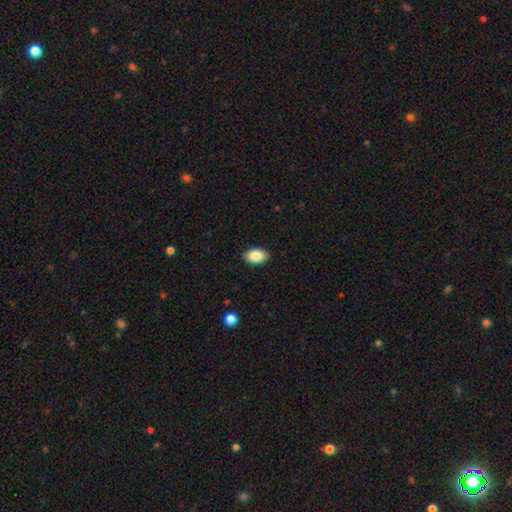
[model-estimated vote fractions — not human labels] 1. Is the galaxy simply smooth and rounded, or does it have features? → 88% smooth, 7% star or artifact, 5% featured or disk.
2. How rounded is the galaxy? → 92% in between, 7% round, 1% cigar-shaped.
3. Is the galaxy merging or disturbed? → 89% none, 8% minor disturbance, 2% major disturbance, 1% merger.